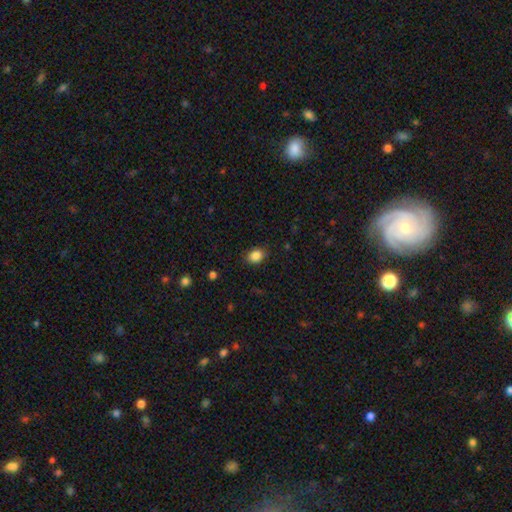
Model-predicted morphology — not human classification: smooth-or-featured: smooth: 86% | star or artifact: 10% | featured or disk: 4%
  how-rounded: in between: 57% | round: 42% | cigar-shaped: 1%
  merging: none: 86% | minor disturbance: 11% | major disturbance: 3% | merger: 1%